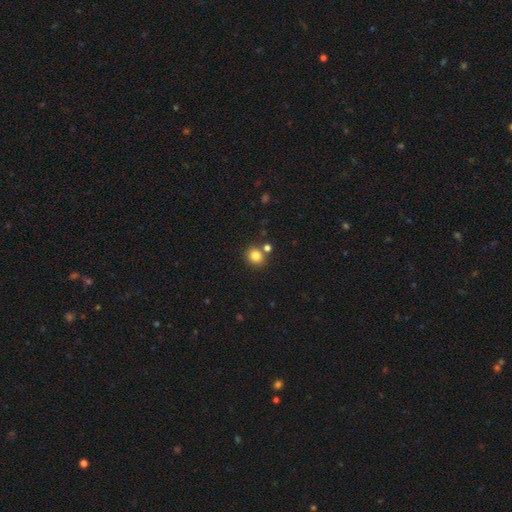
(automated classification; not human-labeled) smooth-or-featured: smooth: 82% | star or artifact: 12% | featured or disk: 6%
  how-rounded: round: 80% | in between: 19% | cigar-shaped: 1%
  merging: none: 74% | merger: 15% | minor disturbance: 8% | major disturbance: 3%